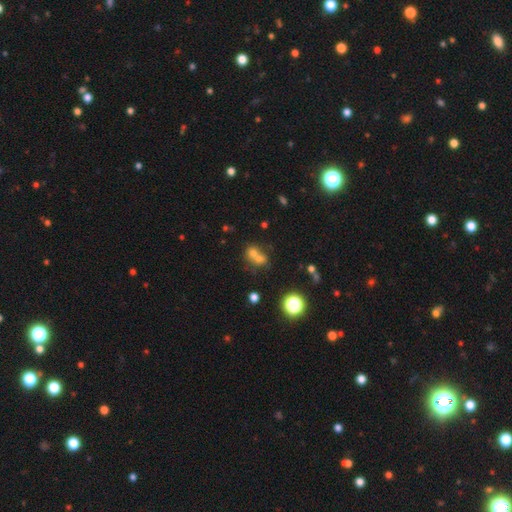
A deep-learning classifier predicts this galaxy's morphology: This appears to be a smooth galaxy with no disk features (62%) that is round (68%). Merging: merger (63%).